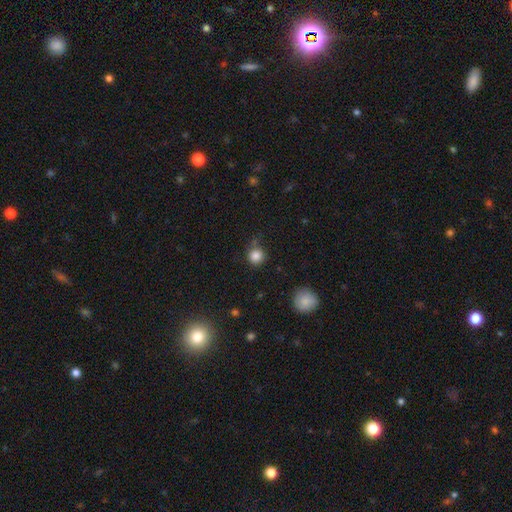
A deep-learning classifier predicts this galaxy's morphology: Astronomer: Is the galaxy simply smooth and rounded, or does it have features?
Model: smooth — 85%.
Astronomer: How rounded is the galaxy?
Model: round — 93%.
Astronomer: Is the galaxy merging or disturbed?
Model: none — 77%.